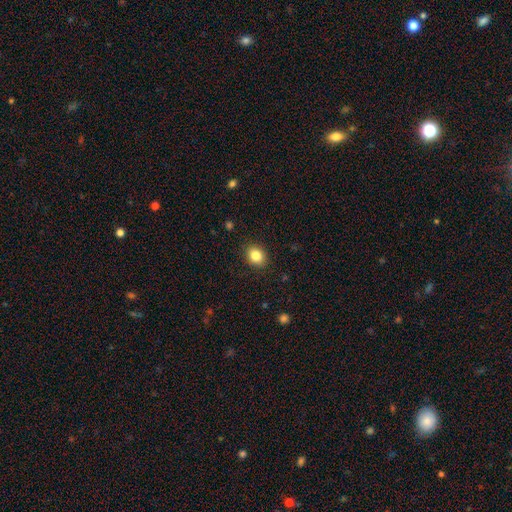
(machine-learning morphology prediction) Smooth or featured?
  - smooth: 85% *
  - star or artifact: 10%
  - featured or disk: 6%
How rounded?
  - round: 50% *
  - in between: 49%
  - cigar-shaped: 1%
Merging?
  - none: 89% *
  - minor disturbance: 8%
  - major disturbance: 2%
  - merger: 1%